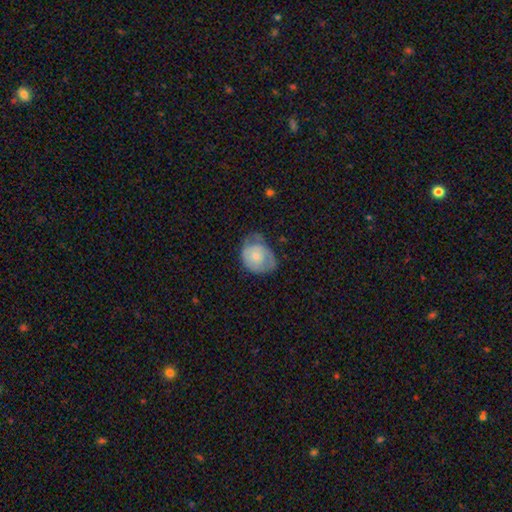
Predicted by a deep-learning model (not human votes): Smooth or featured? smooth (54%)
How rounded? in between (52%)
Merging? minor disturbance (39%)